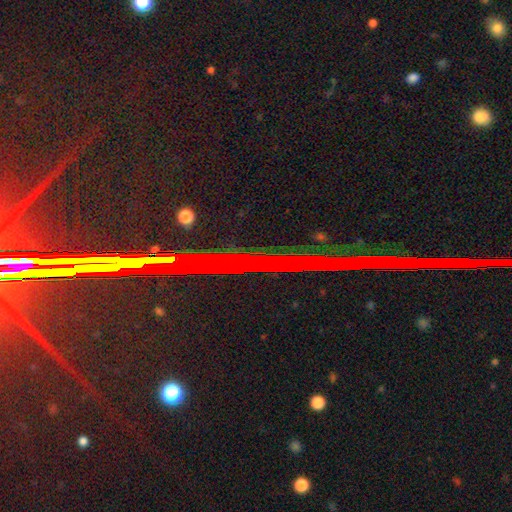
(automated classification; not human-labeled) Smooth or featured? star or artifact (82%)